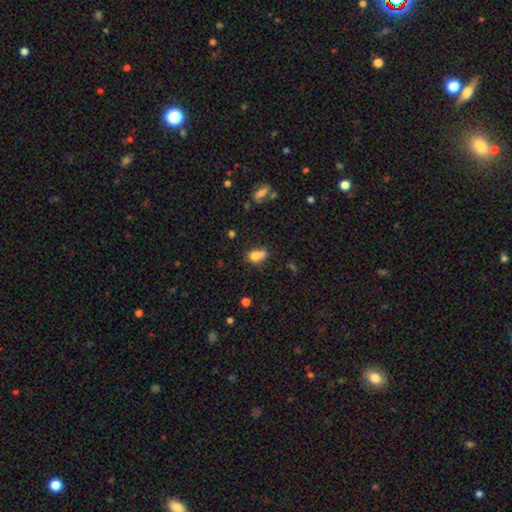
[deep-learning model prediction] This appears to be a smooth galaxy with no disk features (72%) that is in between round and cigar-shaped (59%). Merging: merger (48%).